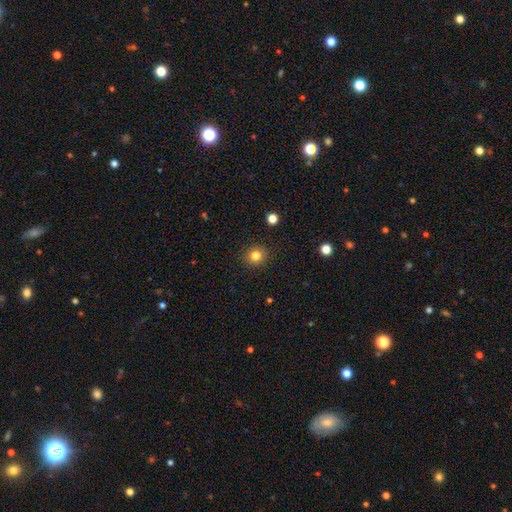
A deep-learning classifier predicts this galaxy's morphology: The model was most divided on "smooth or featured": smooth: 83%, star or artifact: 12%, featured or disk: 6%. More confident: merging — none (91%); how rounded — round (87%).